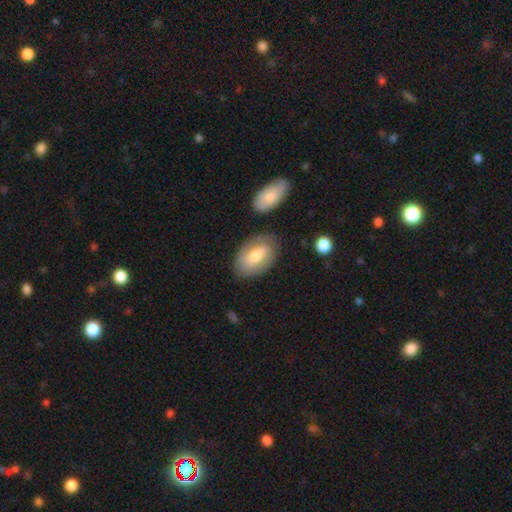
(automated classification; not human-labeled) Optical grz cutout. It shows a smooth galaxy with no disk features (66%) that is in between round and cigar-shaped (92%). Merging: none (77%).